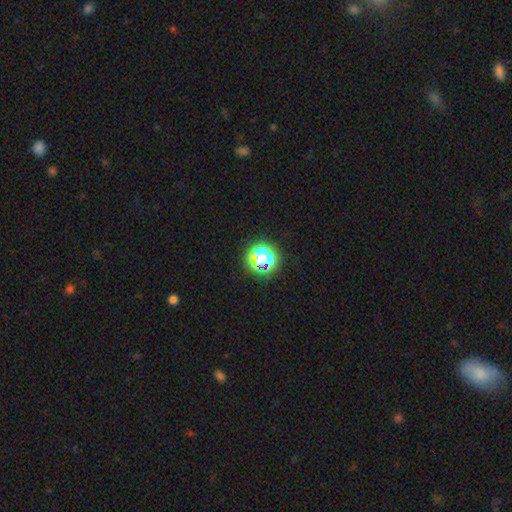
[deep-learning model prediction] Smooth or featured? star or artifact (57%)